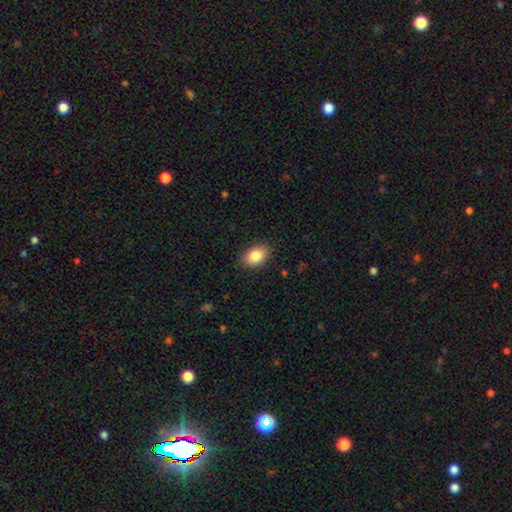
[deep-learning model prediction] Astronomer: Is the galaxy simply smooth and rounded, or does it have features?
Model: smooth — 86%.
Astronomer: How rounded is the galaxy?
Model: in between — 85%.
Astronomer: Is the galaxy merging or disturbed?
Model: none — 87%.